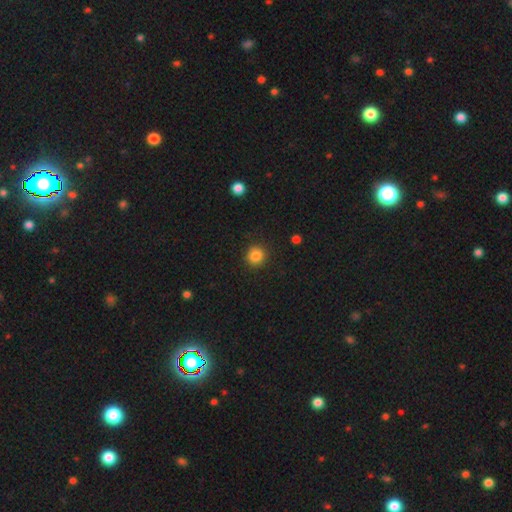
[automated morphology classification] Smooth or featured? Predicted: smooth (p=0.85). How rounded? Predicted: round (p=0.92). Merging? Predicted: none (p=0.91).